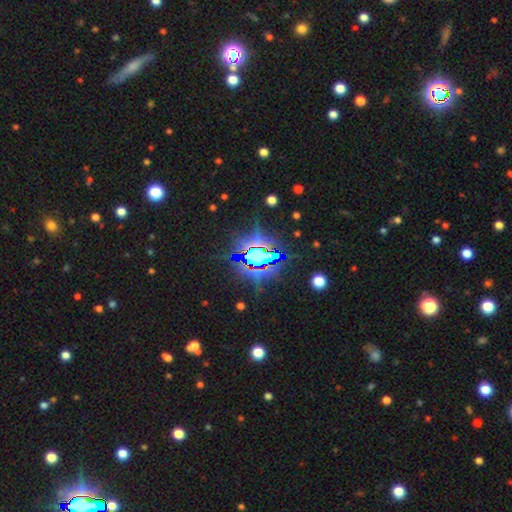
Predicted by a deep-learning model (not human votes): This appears to be a star or artifact, not a galaxy (75%).